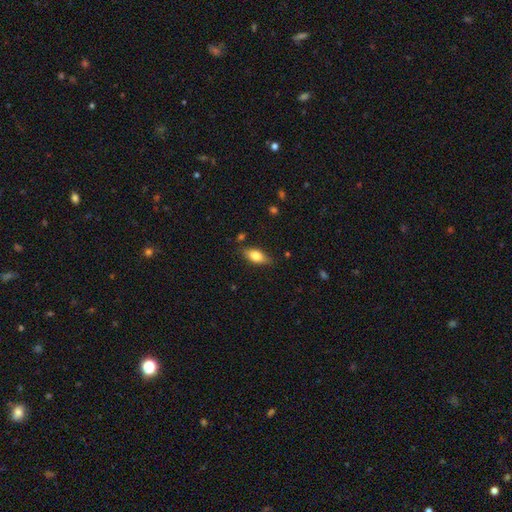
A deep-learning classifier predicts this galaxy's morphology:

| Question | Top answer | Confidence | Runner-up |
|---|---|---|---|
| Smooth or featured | smooth | 76% | featured or disk (16%) |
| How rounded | in between | 85% | cigar-shaped (12%) |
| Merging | none | 80% | minor disturbance (15%) |